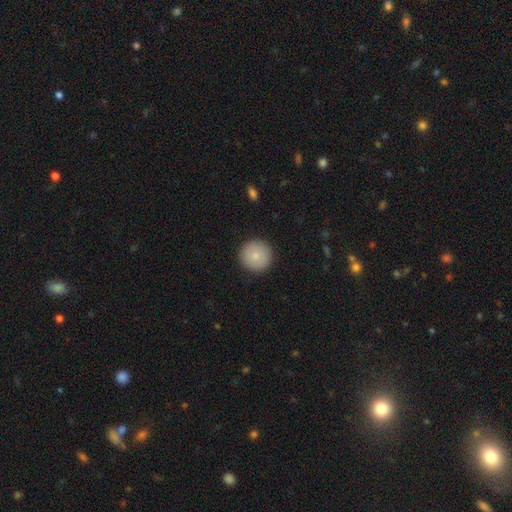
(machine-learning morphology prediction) Smooth or featured?
  - smooth: 82% *
  - featured or disk: 11%
  - star or artifact: 7%
How rounded?
  - round: 96% *
  - in between: 3%
  - cigar-shaped: 1%
Merging?
  - none: 91% *
  - minor disturbance: 6%
  - major disturbance: 2%
  - merger: 1%